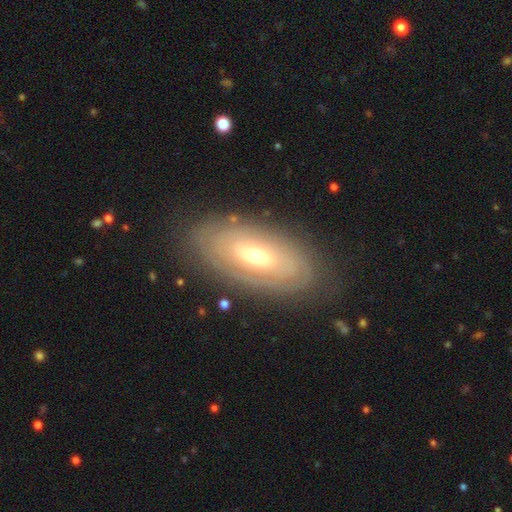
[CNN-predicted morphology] The model was most divided on "bulge size": small: 50%, moderate: 43%, large: 4%, dominant: 1%, none: 1%. More confident: edge-on disk — no (88%); merging — none (79%); bar — no (78%); smooth or featured — featured or disk (65%); spiral arms — yes (54%).